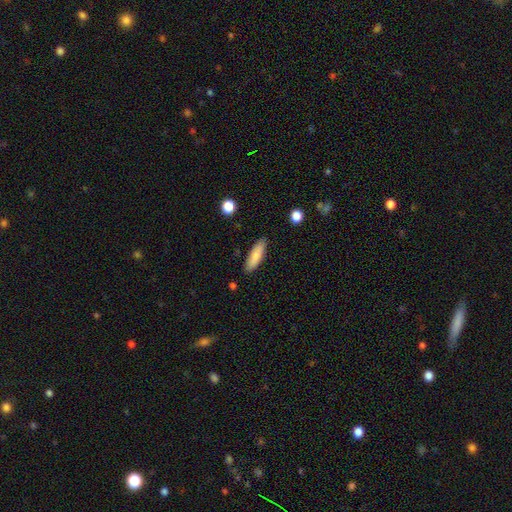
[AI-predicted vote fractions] A smooth galaxy with no disk features (83%) that is cigar-shaped (57%). Merging: none (86%).